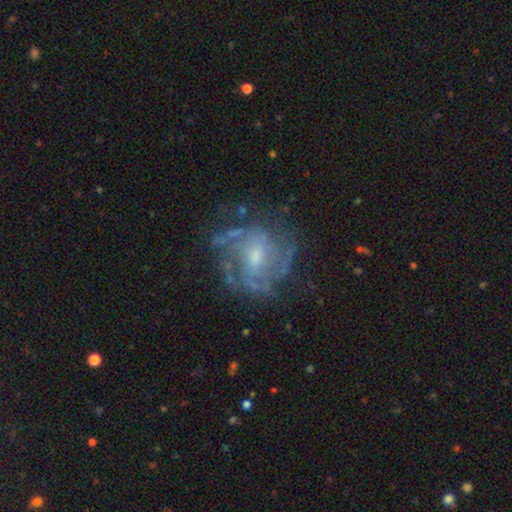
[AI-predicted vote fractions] Q: Smooth or featured?
A: featured or disk (82%); runner-up: smooth (10%)
Q: Edge-on disk?
A: no (97%); runner-up: yes (3%)
Q: Bar?
A: weak (46%); runner-up: no (43%)
Q: Spiral arms?
A: yes (88%); runner-up: no (12%)
Q: Spiral winding?
A: tight (45%); runner-up: medium (41%)
Q: Spiral arm count?
A: can't tell (35%); runner-up: 3 (23%)
Q: Bulge size?
A: moderate (46%); runner-up: small (43%)
Q: Merging?
A: none (65%); runner-up: minor disturbance (19%)